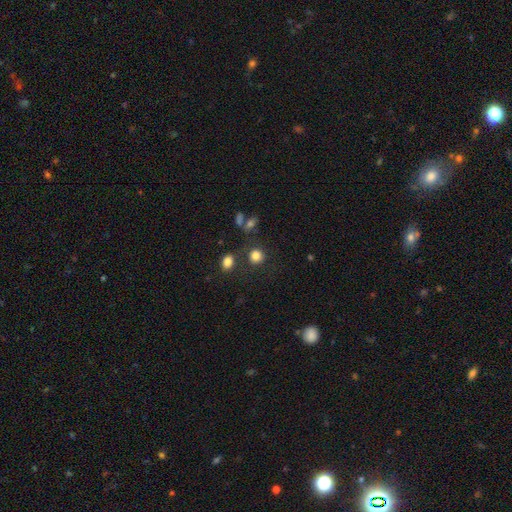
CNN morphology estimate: smooth_or_featured: smooth (p=0.82) [alt: star or artifact p=0.12]
how_rounded: round (p=0.85) [alt: in between p=0.14]
merging: none (p=0.75) [alt: minor disturbance p=0.11]